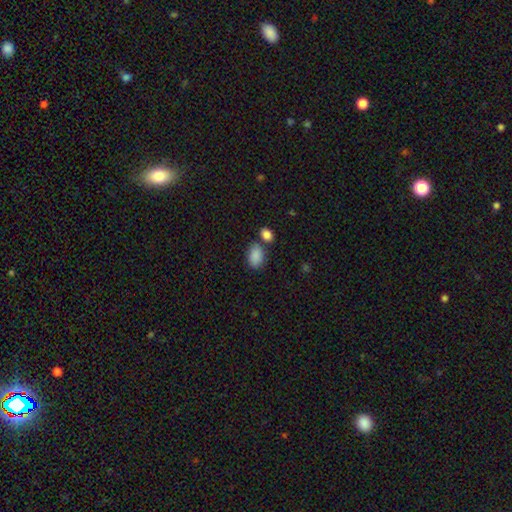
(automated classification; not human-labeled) smooth-or-featured: smooth: 87% | star or artifact: 8% | featured or disk: 5%
  how-rounded: in between: 87% | round: 12% | cigar-shaped: 1%
  merging: none: 63% | merger: 18% | minor disturbance: 15% | major disturbance: 4%